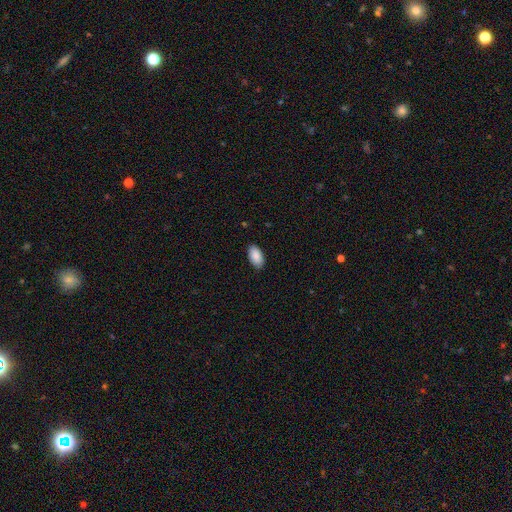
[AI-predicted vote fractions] Overall: smooth (90%). How rounded: in between (95%). Merging: none (88%).